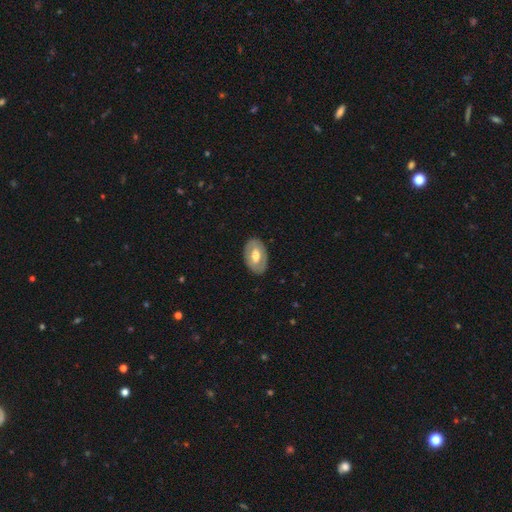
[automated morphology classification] smooth_or_featured: featured or disk (p=0.49) [alt: smooth p=0.46]
merging: none (p=0.85) [alt: minor disturbance p=0.11]